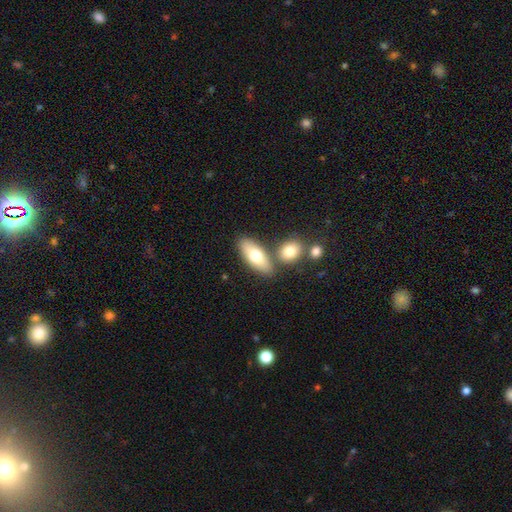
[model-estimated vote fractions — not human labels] A smooth galaxy with no disk features (70%) that is in between round and cigar-shaped (79%).

Vote fractions:
- Smooth or featured? smooth: 70% / featured or disk: 24% / star or artifact: 6%
- How rounded? in between: 79% / cigar-shaped: 18% / round: 4%
- Merging? none: 65% / merger: 22% / minor disturbance: 10% / major disturbance: 3%